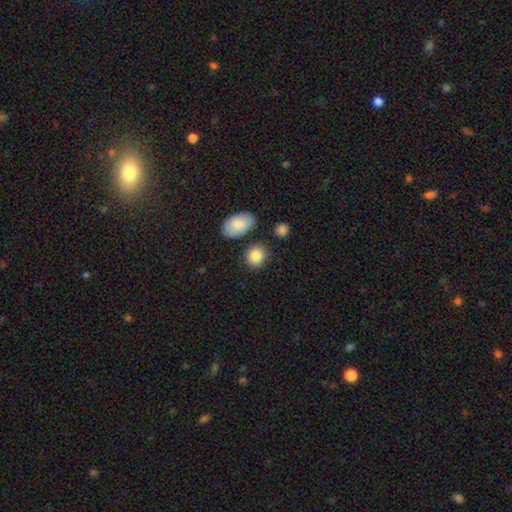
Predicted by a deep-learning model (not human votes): Morphology: type=smooth (85%); roundness=round (58%); merging=none (79%).